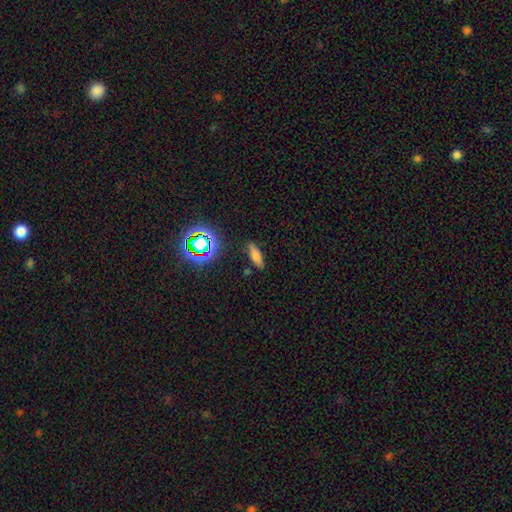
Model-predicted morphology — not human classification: Overall: smooth (69%). How rounded: in between (52%; cigar-shaped 44%). Merging: none (81%).